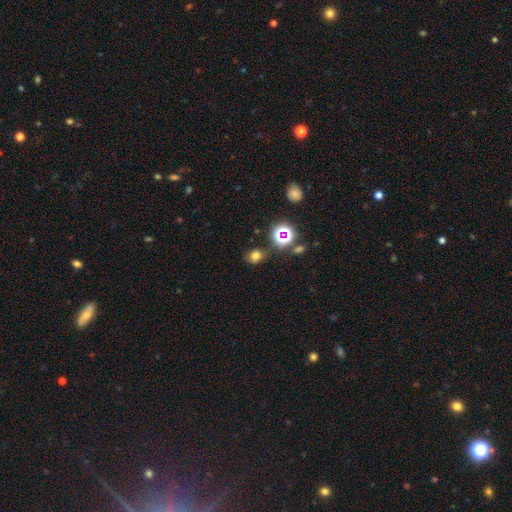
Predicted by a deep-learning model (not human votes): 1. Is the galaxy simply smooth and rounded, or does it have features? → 68% smooth, 24% star or artifact, 8% featured or disk.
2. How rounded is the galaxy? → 63% round, 36% in between, 1% cigar-shaped.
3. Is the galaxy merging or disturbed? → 76% none, 14% minor disturbance, 5% major disturbance, 4% merger.